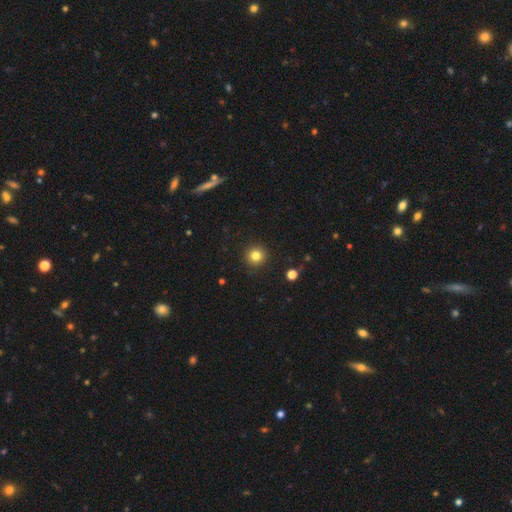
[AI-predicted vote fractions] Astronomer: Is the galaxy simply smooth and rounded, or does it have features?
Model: smooth — 82%.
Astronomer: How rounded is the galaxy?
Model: round — 95%.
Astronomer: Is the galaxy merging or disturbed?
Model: none — 92%.